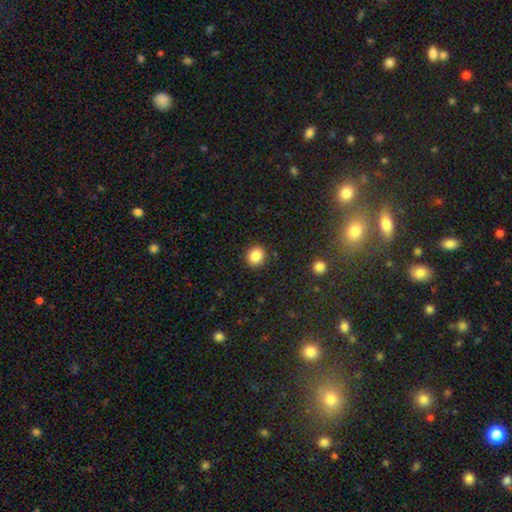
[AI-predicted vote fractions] Smooth or featured?
  - smooth: 85% *
  - star or artifact: 10%
  - featured or disk: 5%
How rounded?
  - round: 82% *
  - in between: 17%
  - cigar-shaped: 1%
Merging?
  - none: 90% *
  - minor disturbance: 6%
  - major disturbance: 2%
  - merger: 1%